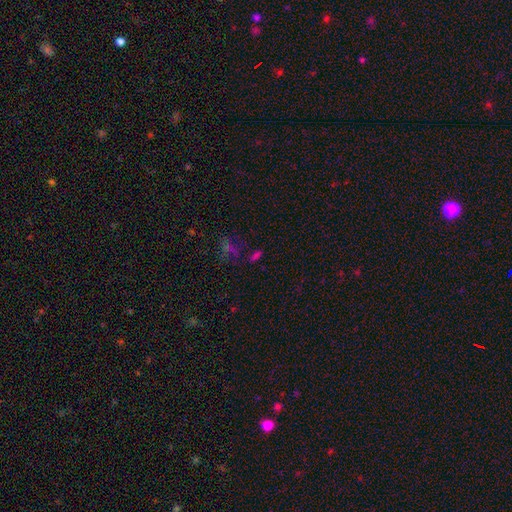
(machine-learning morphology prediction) Smooth or featured: smooth — 49% (star or artifact — 41%)
Merging: none — 65% (minor disturbance — 14%)